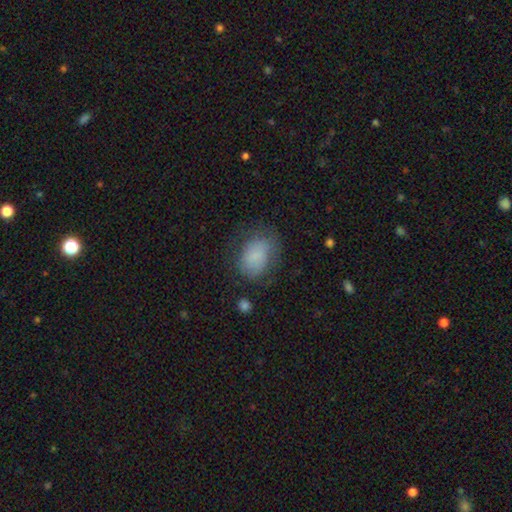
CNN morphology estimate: The model was most divided on "merging": none: 57%, minor disturbance: 26%, major disturbance: 15%, merger: 2%. More confident: smooth or featured — smooth (79%); how rounded — in between (72%).